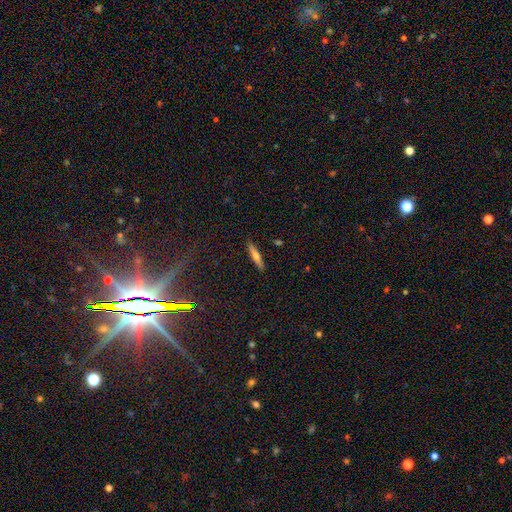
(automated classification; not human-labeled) The model was most divided on "smooth or featured": smooth: 59%, featured or disk: 33%, star or artifact: 7%. More confident: merging — none (89%); how rounded — cigar-shaped (88%).